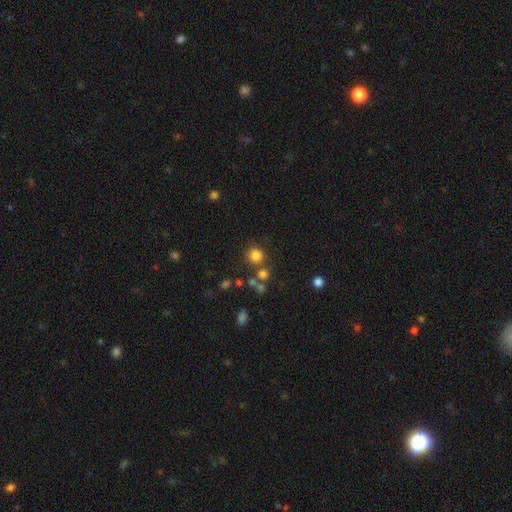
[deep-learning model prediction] A smooth galaxy with no disk features (79%) that is round (89%). Merging: none (75%).